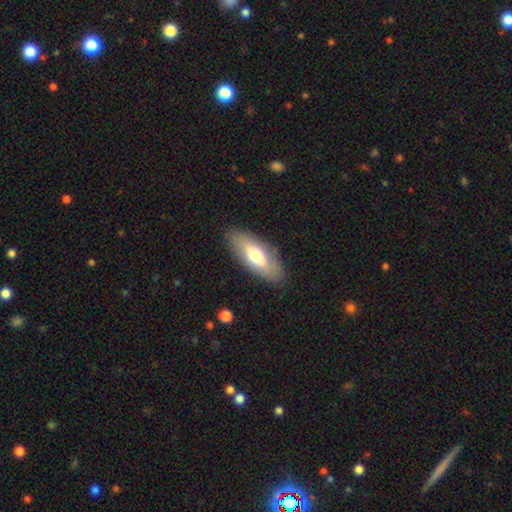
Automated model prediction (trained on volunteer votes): This appears to be a smooth galaxy with no disk features (65%) that is in between round and cigar-shaped (79%). Merging: none (86%).